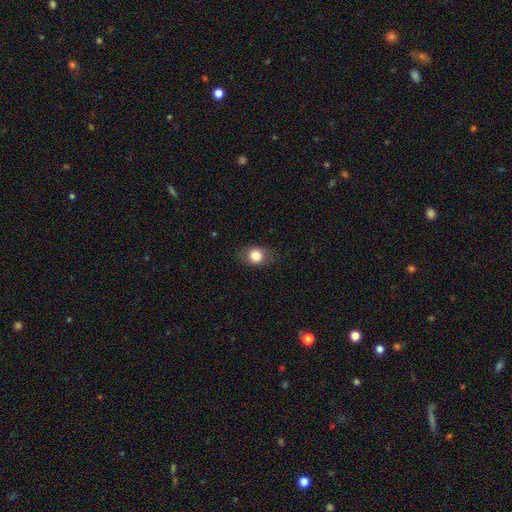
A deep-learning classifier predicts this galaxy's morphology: smooth 80%, featured or disk 12%, star or artifact 9%. Down the decision tree: how rounded — in between (57%); merging — none (81%).